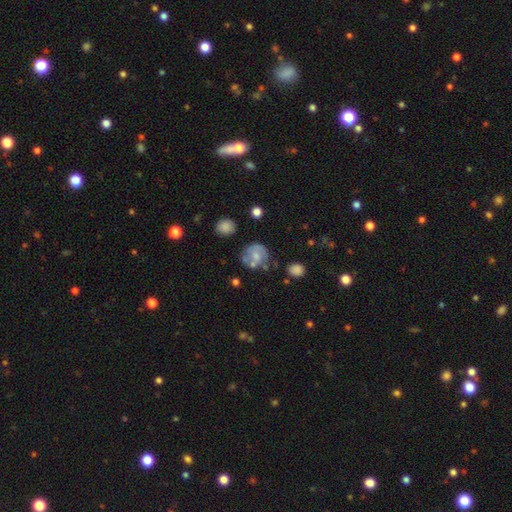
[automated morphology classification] Smooth or featured?
  - smooth: 49% *
  - featured or disk: 41%
  - star or artifact: 9%
Merging?
  - none: 49% *
  - minor disturbance: 24%
  - merger: 14%
  - major disturbance: 13%